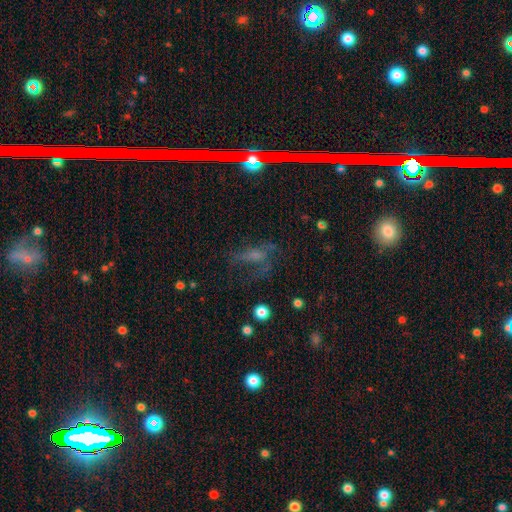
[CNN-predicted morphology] Q: Smooth or featured?
A: featured or disk (40%); runner-up: star or artifact (30%)
Q: Merging?
A: none (45%); runner-up: major disturbance (32%)